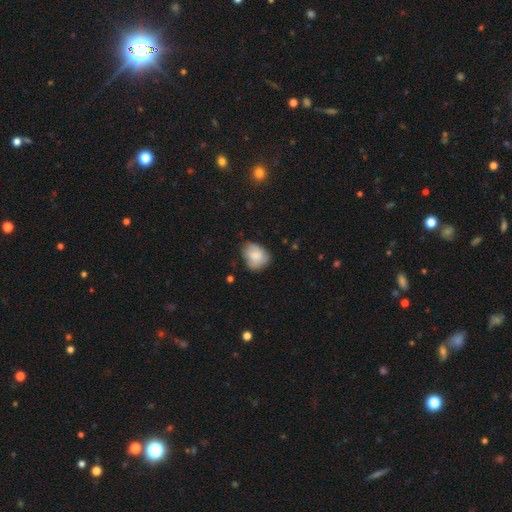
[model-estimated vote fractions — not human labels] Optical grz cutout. It shows a smooth galaxy with no disk features (82%) that is in between round and cigar-shaped (51%). Merging: none (59%).